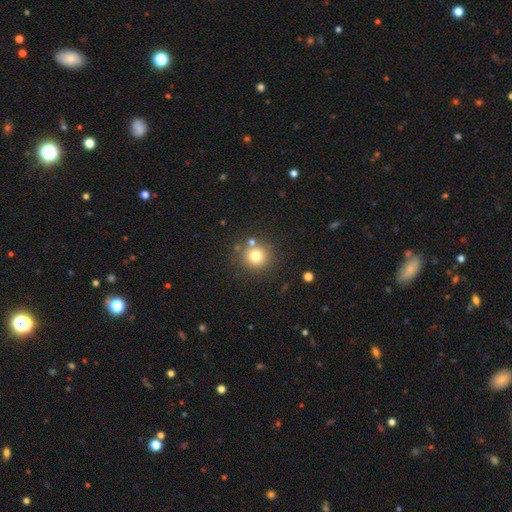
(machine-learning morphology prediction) smooth_or_featured: smooth (p=0.76) [alt: star or artifact p=0.14]
how_rounded: round (p=0.92) [alt: in between p=0.07]
merging: none (p=0.79) [alt: merger p=0.09]